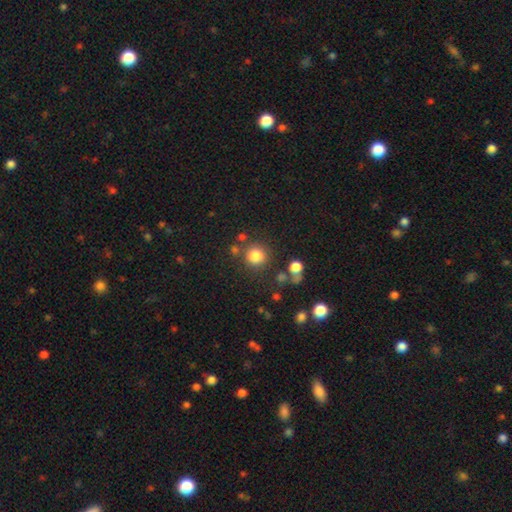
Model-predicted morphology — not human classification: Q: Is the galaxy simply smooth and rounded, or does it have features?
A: smooth — 82%.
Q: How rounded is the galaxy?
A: round — 92%.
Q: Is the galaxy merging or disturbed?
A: none — 80%.